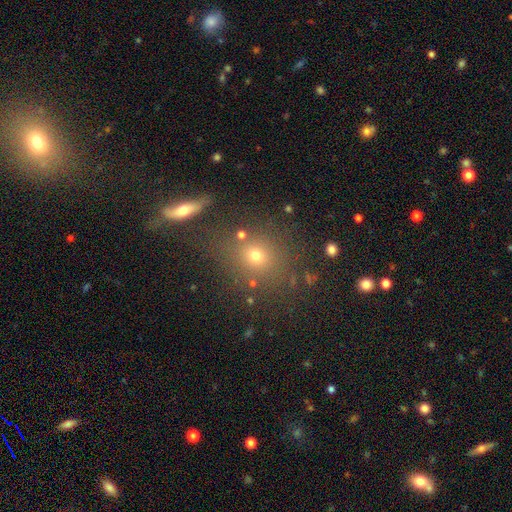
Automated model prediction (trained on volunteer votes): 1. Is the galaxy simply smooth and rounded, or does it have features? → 67% smooth, 20% star or artifact, 13% featured or disk.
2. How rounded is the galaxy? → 73% round, 24% in between, 2% cigar-shaped.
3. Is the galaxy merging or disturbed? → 73% none, 11% minor disturbance, 11% merger, 5% major disturbance.